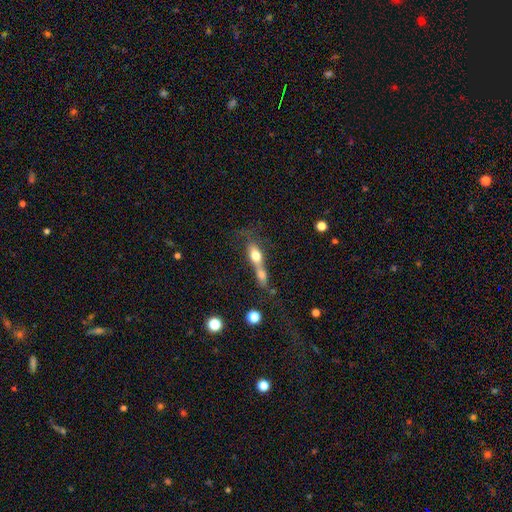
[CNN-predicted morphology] type=smooth (64%); roundness=in between (60%); merging=merger (67%).